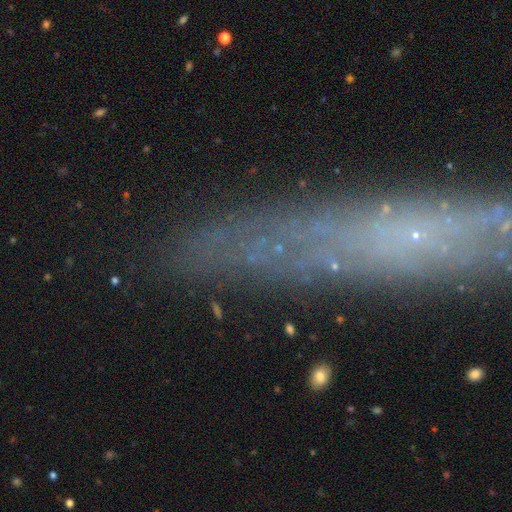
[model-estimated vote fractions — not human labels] smooth-or-featured: featured or disk: 38% | star or artifact: 33% | smooth: 29%
  merging: none: 79% | minor disturbance: 12% | major disturbance: 6% | merger: 4%